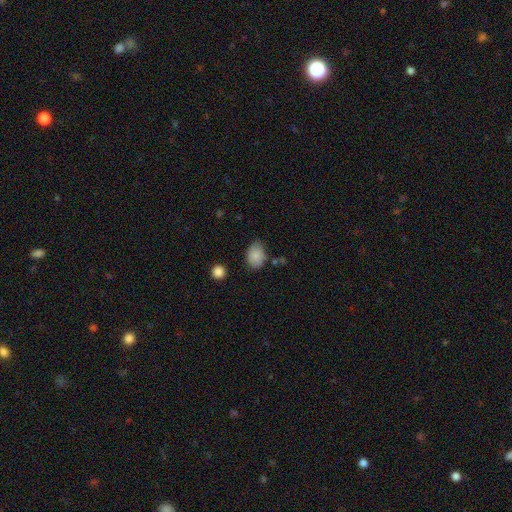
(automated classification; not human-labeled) Overall: smooth (85%). How rounded: in between (75%). Merging: none (70%).